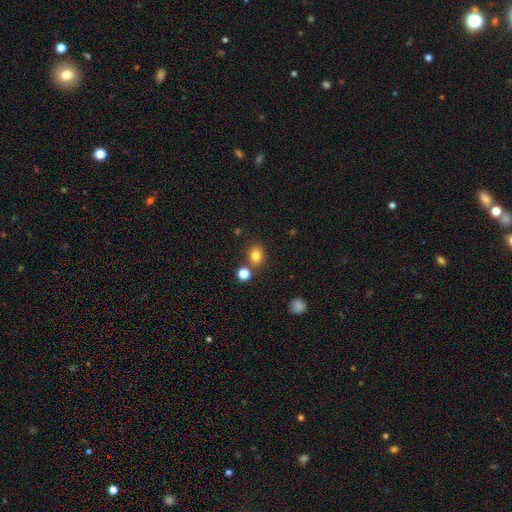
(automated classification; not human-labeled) Smooth or featured? Predicted: smooth (p=0.80). How rounded? Predicted: round (p=0.62). Merging? Predicted: none (p=0.75).